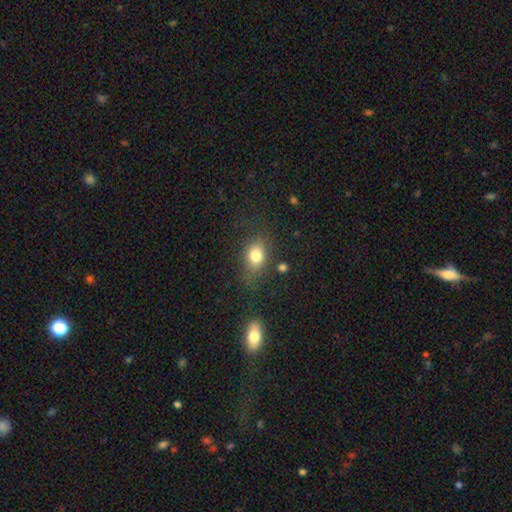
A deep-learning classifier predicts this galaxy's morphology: Overall: smooth (79%). How rounded: in between (71%). Merging: none (69%).